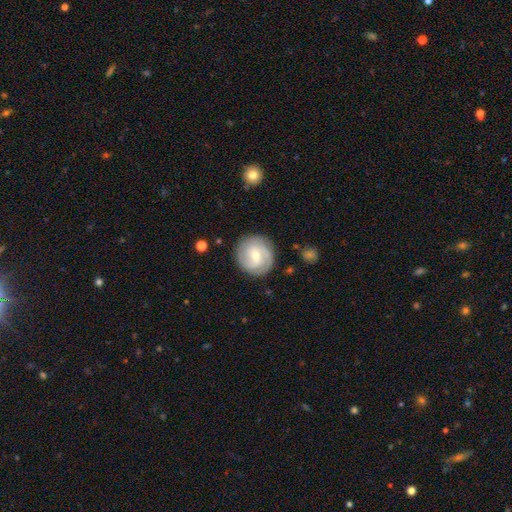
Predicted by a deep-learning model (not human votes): Smooth or featured? Predicted: featured or disk (p=0.67). Edge-on disk? Predicted: no (p=0.97). Bar? Predicted: weak (p=0.53). Spiral arms? Predicted: yes (p=0.90). Spiral winding? Predicted: tight (p=0.44). Spiral arm count? Predicted: 2 (p=0.50). Bulge size? Predicted: small (p=0.59). Merging? Predicted: none (p=0.84).